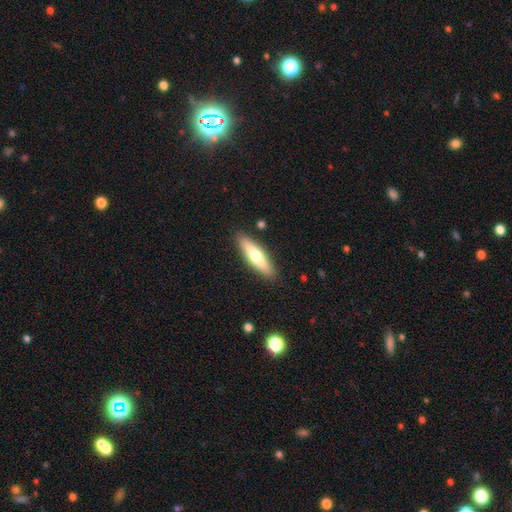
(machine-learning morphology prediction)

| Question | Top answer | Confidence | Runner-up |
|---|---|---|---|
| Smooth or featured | smooth | 59% | featured or disk (36%) |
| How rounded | cigar-shaped | 73% | in between (25%) |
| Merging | none | 88% | minor disturbance (8%) |